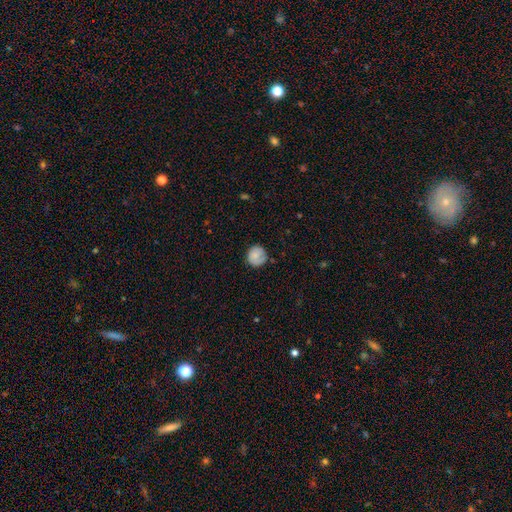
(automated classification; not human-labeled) This is likely a smooth galaxy (72%). How rounded: clearly round (88%). Merging: likely none (73%).